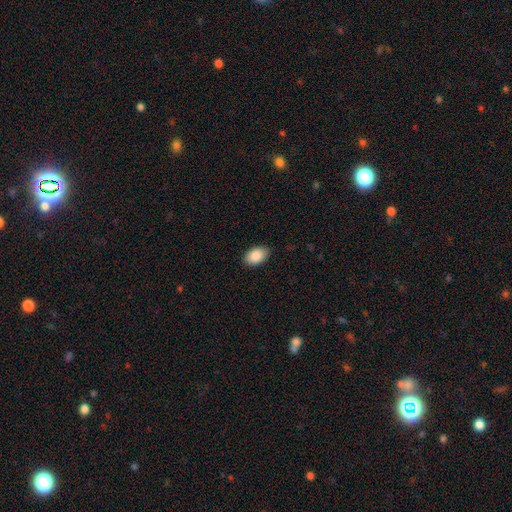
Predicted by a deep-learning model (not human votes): Smooth or featured?
  - smooth: 88% *
  - star or artifact: 7%
  - featured or disk: 6%
How rounded?
  - in between: 90% *
  - round: 8%
  - cigar-shaped: 1%
Merging?
  - none: 86% *
  - minor disturbance: 11%
  - major disturbance: 2%
  - merger: 1%